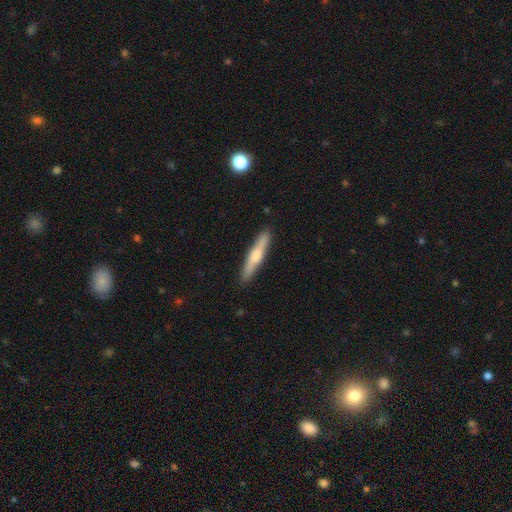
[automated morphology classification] smooth_or_featured: featured or disk (p=0.54) [alt: smooth p=0.41]
disk_edge_on: yes (p=0.95) [alt: no p=0.05]
edge_on_bulge: rounded (p=0.81) [alt: none p=0.11]
merging: none (p=0.89) [alt: minor disturbance p=0.08]